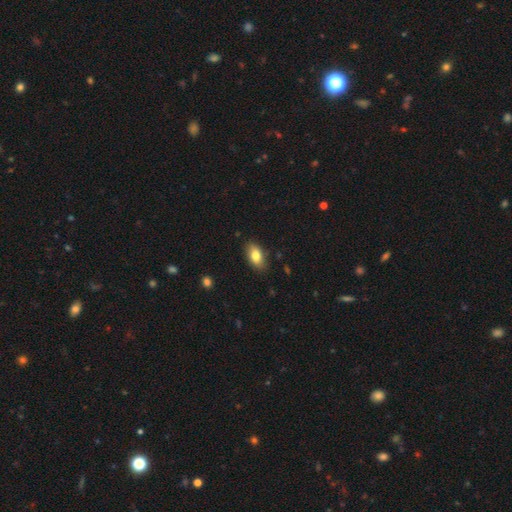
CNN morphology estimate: This appears to be a smooth galaxy with no disk features (81%) that is in between round and cigar-shaped (91%). Merging: none (85%).